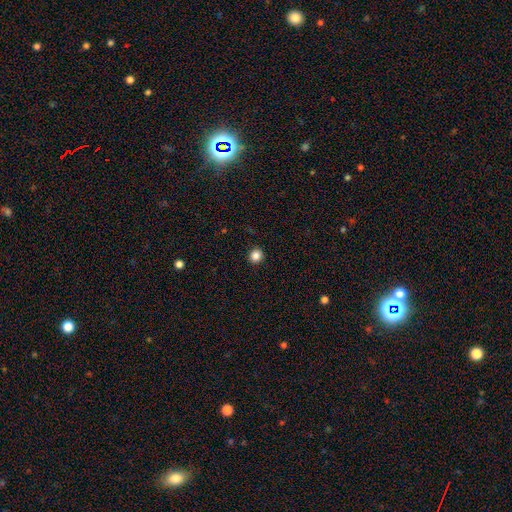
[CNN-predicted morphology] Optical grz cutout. It shows a smooth galaxy with no disk features (85%) that is round (94%). Merging: none (93%).